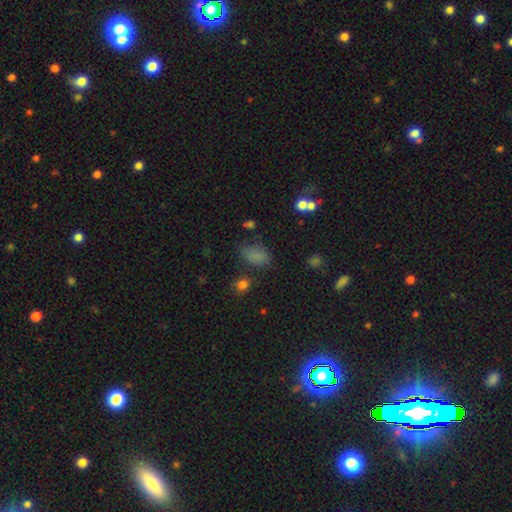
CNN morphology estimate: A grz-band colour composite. It shows a smooth galaxy with no disk features (78%) that is in between round and cigar-shaped (87%). Merging: none (68%).